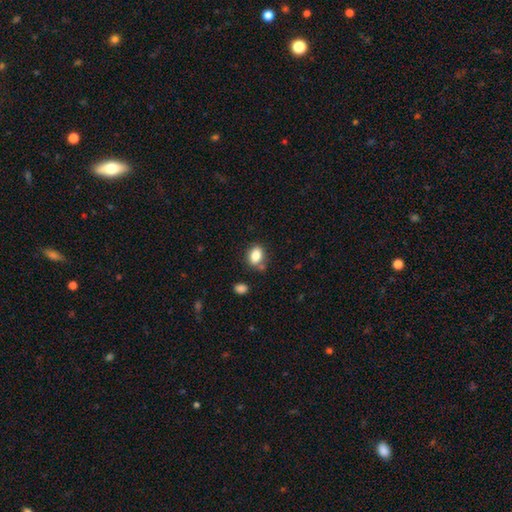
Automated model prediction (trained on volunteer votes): A smooth galaxy with no disk features (84%) that is in between round and cigar-shaped (72%).

Vote fractions:
- Smooth or featured? smooth: 84% / star or artifact: 9% / featured or disk: 7%
- How rounded? in between: 72% / round: 26% / cigar-shaped: 1%
- Merging? none: 69% / minor disturbance: 17% / merger: 9% / major disturbance: 4%